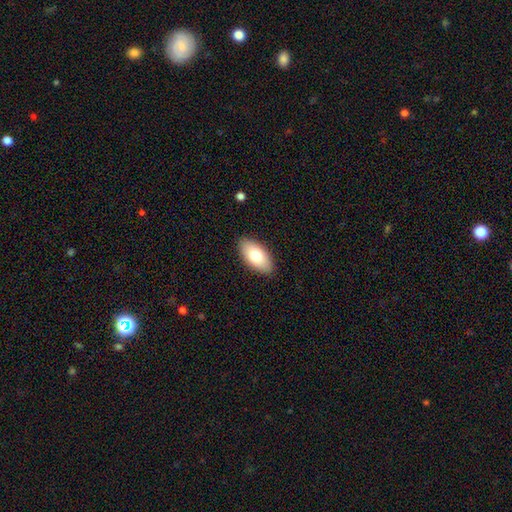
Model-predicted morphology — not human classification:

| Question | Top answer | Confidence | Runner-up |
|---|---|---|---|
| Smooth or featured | smooth | 78% | featured or disk (16%) |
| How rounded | in between | 94% | cigar-shaped (3%) |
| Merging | none | 89% | minor disturbance (8%) |